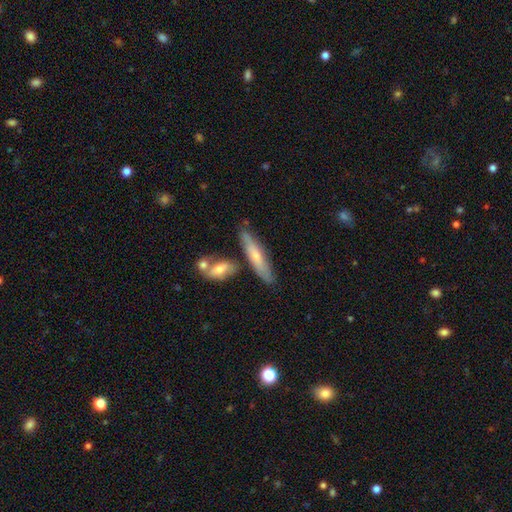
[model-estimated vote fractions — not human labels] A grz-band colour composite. It shows a smooth galaxy with no disk features (54%) that is cigar-shaped (80%). Merging: none (69%).